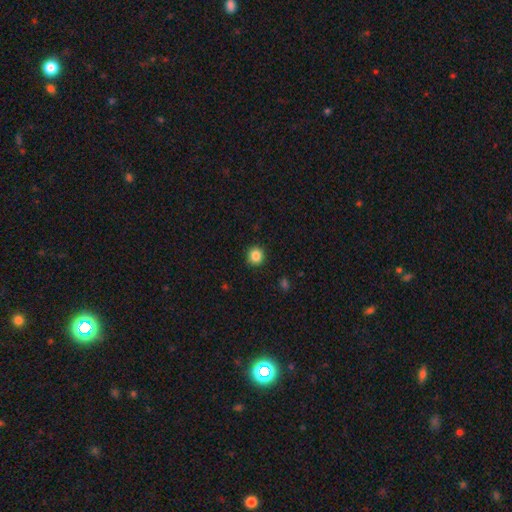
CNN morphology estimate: type=smooth (86%); roundness=round (92%); merging=none (92%).